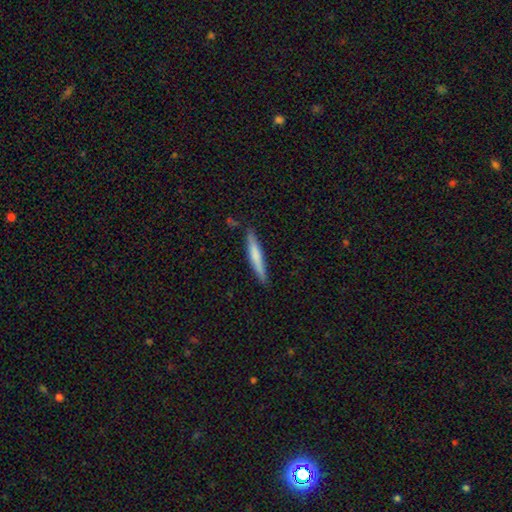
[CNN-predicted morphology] smooth-or-featured: smooth: 66% | featured or disk: 28% | star or artifact: 6%
  how-rounded: cigar-shaped: 94% | in between: 5% | round: 1%
  merging: none: 87% | minor disturbance: 10% | major disturbance: 2% | merger: 2%